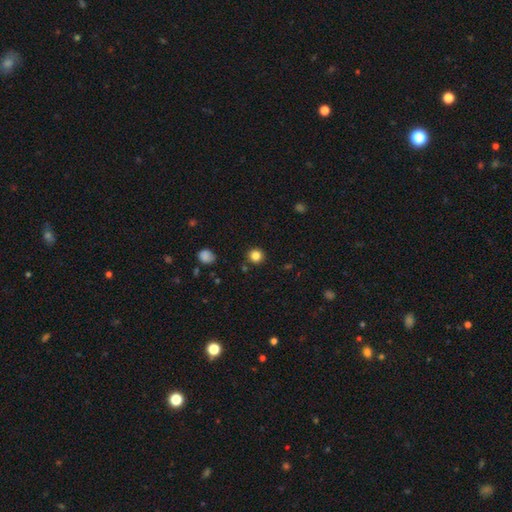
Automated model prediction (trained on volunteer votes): This is clearly a smooth galaxy (83%). How rounded: clearly round (93%). Merging: clearly none (89%).